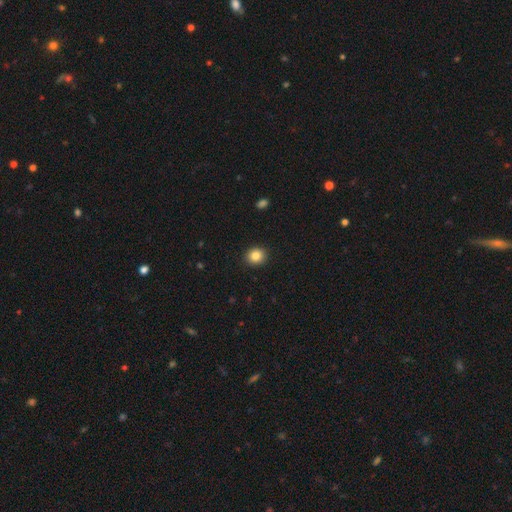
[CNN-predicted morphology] Q: Smooth or featured?
A: smooth (84%); runner-up: star or artifact (10%)
Q: How rounded?
A: round (80%); runner-up: in between (20%)
Q: Merging?
A: none (92%); runner-up: minor disturbance (6%)